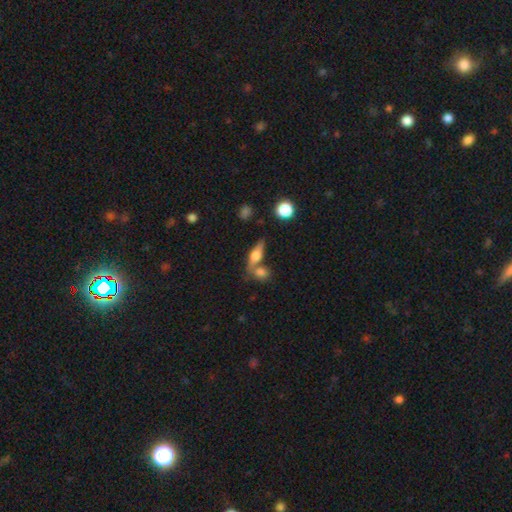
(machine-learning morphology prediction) Smooth or featured? featured or disk (47%)
Merging? none (53%)